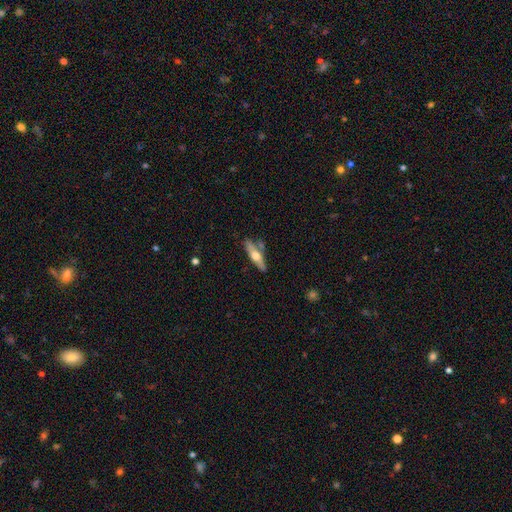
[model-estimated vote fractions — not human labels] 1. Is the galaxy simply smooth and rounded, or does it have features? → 54% featured or disk, 41% smooth, 5% star or artifact.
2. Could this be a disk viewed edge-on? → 89% yes, 11% no.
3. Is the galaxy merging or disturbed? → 72% none, 14% minor disturbance, 10% merger, 4% major disturbance.